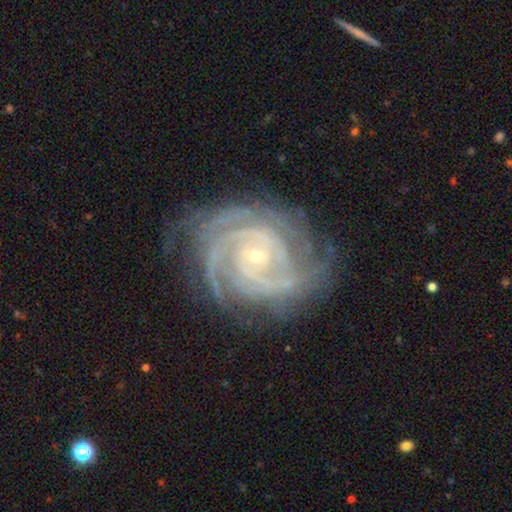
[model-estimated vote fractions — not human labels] The model was most divided on "spiral arm count": 3: 25%, 4: 21%, 2: 20%, can't tell: 16%, more than 4: 11%, 1: 7%. More confident: spiral arms — yes (98%); edge-on disk — no (97%); smooth or featured — featured or disk (91%); bulge size — small (82%); spiral winding — tight (77%); merging — none (74%); bar — no (67%).